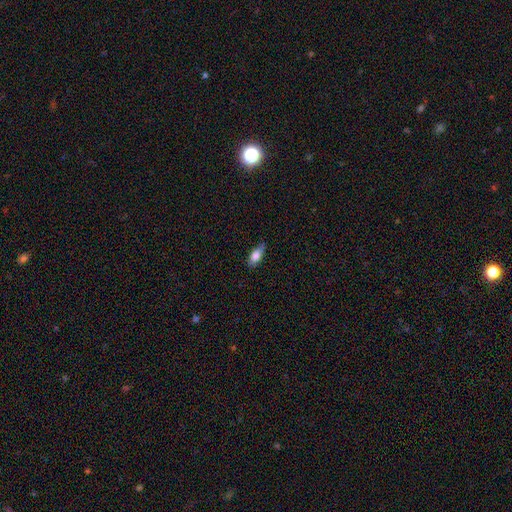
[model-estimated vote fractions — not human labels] Smooth or featured? smooth (77%)
How rounded? in between (81%)
Merging? none (65%)